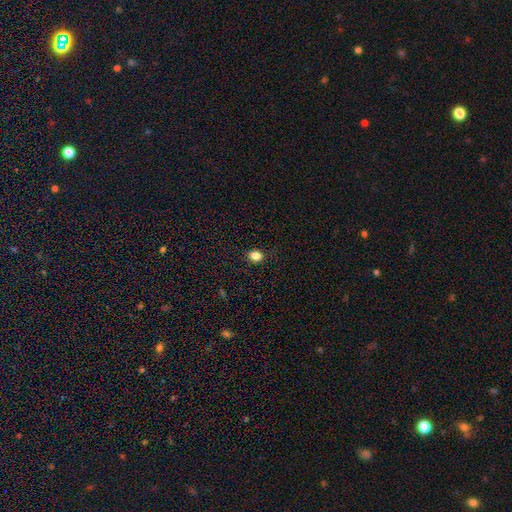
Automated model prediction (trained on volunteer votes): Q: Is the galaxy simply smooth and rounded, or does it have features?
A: smooth — 83%.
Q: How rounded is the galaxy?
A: round — 55%.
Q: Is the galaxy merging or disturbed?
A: none — 89%.